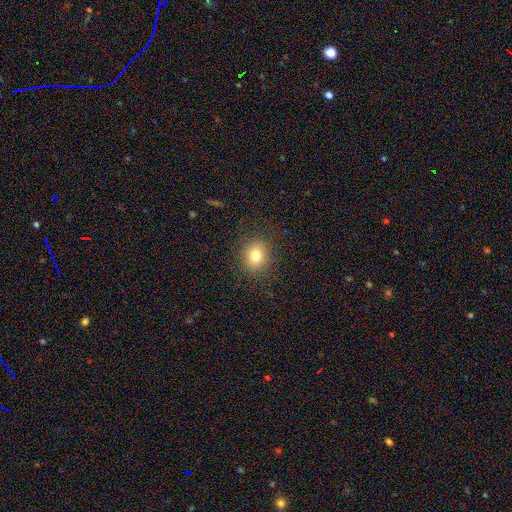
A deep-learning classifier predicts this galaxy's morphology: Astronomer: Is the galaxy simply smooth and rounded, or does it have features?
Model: smooth — 79%.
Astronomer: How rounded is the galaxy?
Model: round — 62%.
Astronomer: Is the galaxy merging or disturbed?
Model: none — 85%.